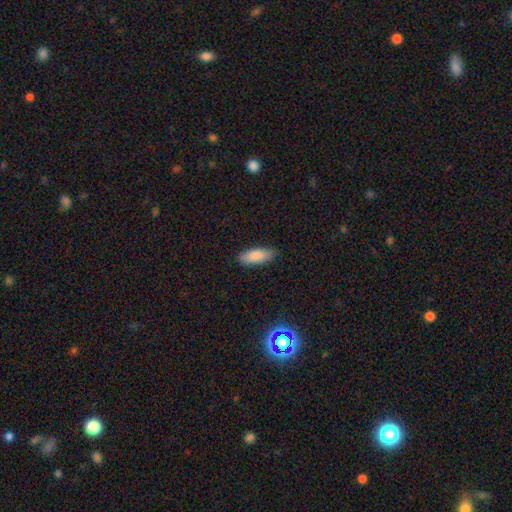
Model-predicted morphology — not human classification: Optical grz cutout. It shows a smooth galaxy with no disk features (87%) that is in between round and cigar-shaped (73%). Merging: none (86%).